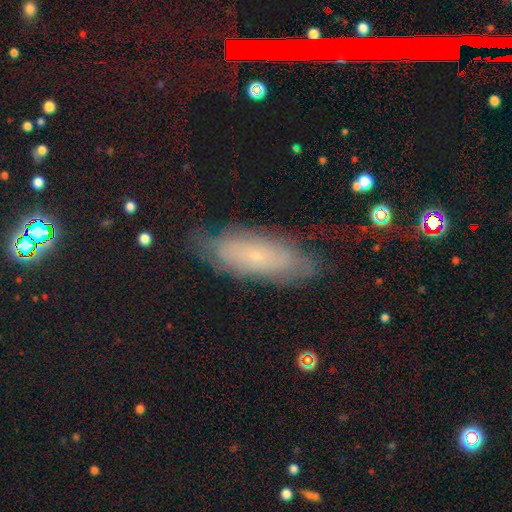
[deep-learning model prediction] Q: Smooth or featured?
A: featured or disk (45%); runner-up: smooth (38%)
Q: Merging?
A: none (75%); runner-up: minor disturbance (18%)